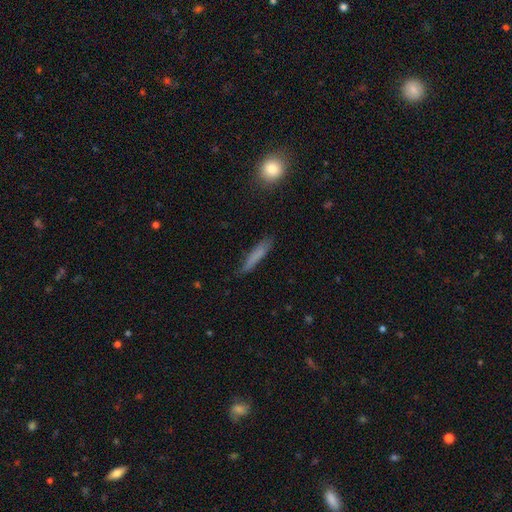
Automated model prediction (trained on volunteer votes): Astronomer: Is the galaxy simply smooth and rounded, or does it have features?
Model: smooth — 74%.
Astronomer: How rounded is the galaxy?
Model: cigar-shaped — 90%.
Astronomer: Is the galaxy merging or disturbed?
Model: none — 79%.